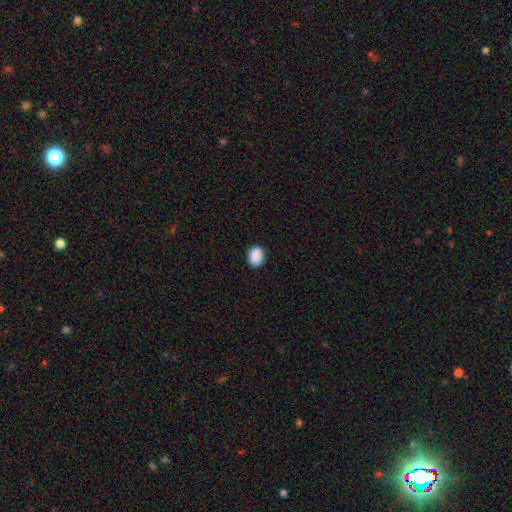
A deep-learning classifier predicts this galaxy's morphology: A smooth galaxy with no disk features (90%) that is in between round and cigar-shaped (68%). Merging: none (89%).